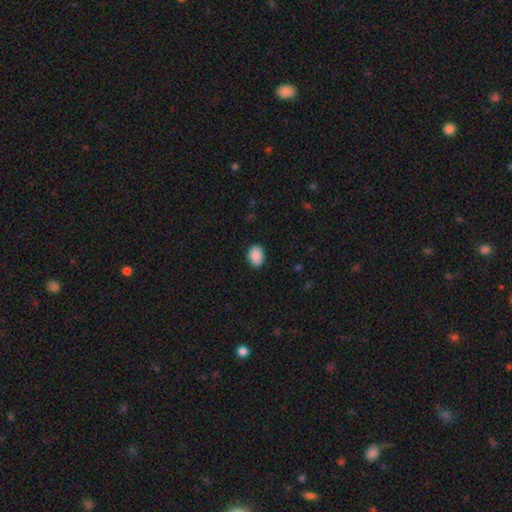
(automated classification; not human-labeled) A smooth galaxy with no disk features (90%) that is in between round and cigar-shaped (75%).

Vote fractions:
- Smooth or featured? smooth: 90% / star or artifact: 7% / featured or disk: 3%
- How rounded? in between: 75% / round: 24% / cigar-shaped: 1%
- Merging? none: 88% / minor disturbance: 9% / major disturbance: 2% / merger: 1%